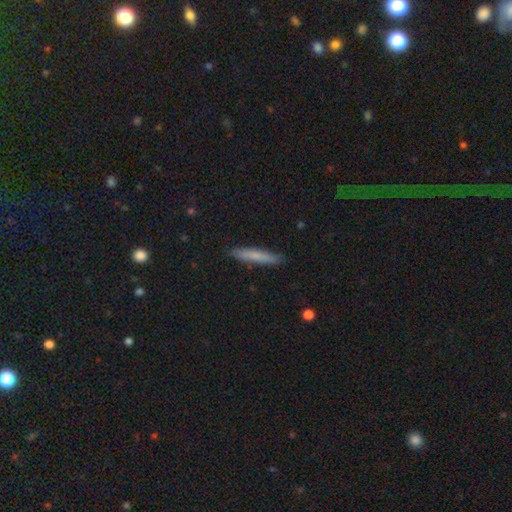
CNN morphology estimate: Smooth or featured: smooth — 71% (featured or disk — 22%)
How rounded: cigar-shaped — 93% (in between — 6%)
Merging: none — 88% (minor disturbance — 9%)